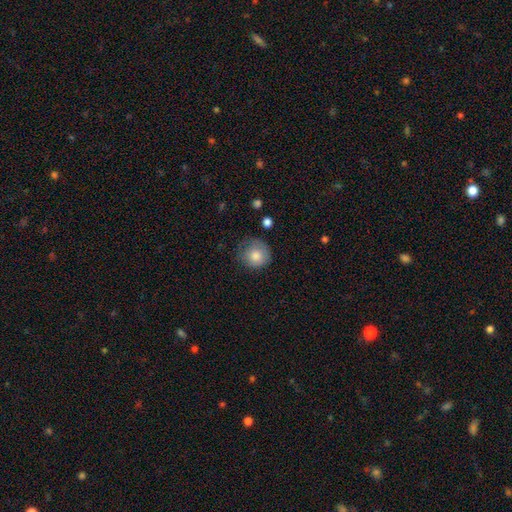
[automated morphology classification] Q: Smooth or featured?
A: smooth (80%); runner-up: featured or disk (12%)
Q: How rounded?
A: round (89%); runner-up: in between (10%)
Q: Merging?
A: none (63%); runner-up: minor disturbance (26%)